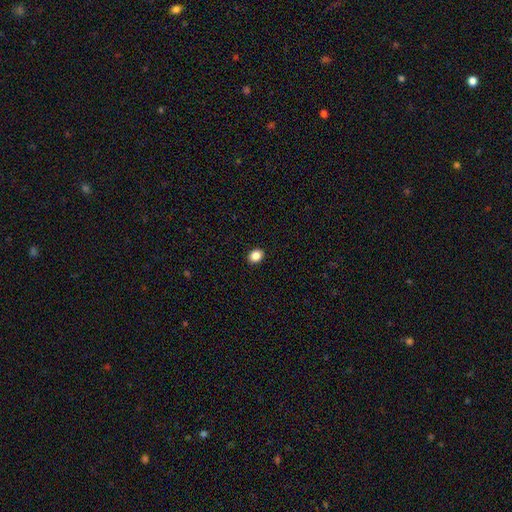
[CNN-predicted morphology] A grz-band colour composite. It shows a smooth galaxy with no disk features (87%) that is round (52%). Merging: none (92%).